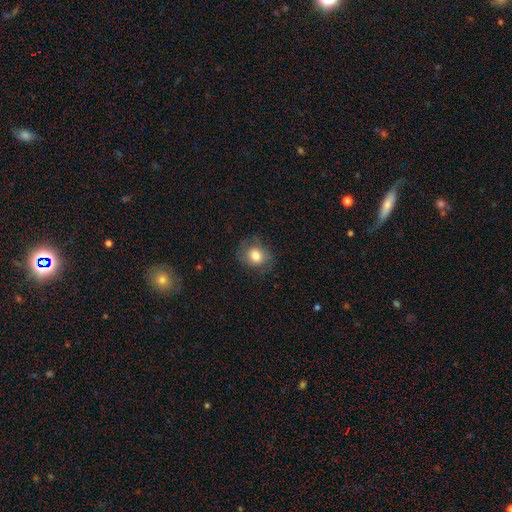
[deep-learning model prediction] This is likely a smooth galaxy (78%). How rounded: likely round (66%). Merging: likely none (75%).